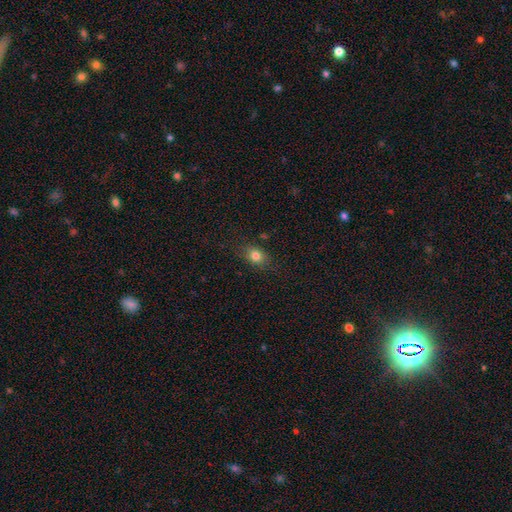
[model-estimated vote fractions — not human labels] smooth 80%, star or artifact 11%, featured or disk 9%. Down the decision tree: how rounded — in between (62%); merging — none (81%).